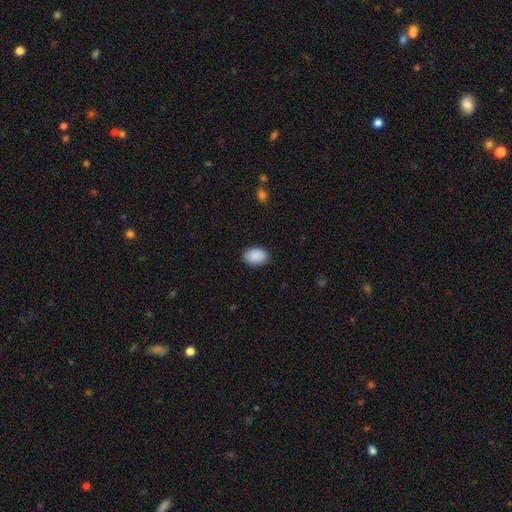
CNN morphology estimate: Smooth or featured? smooth (91%)
How rounded? in between (83%)
Merging? none (88%)